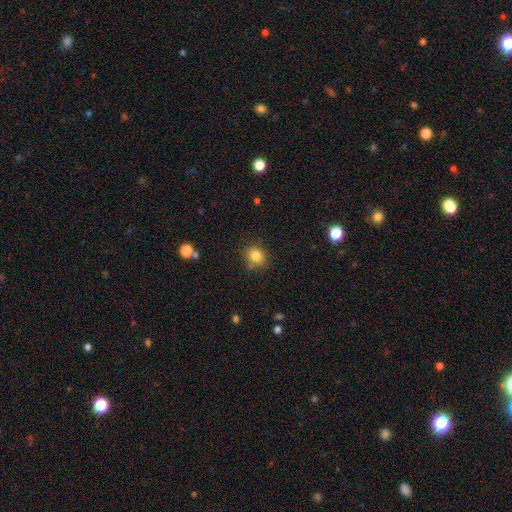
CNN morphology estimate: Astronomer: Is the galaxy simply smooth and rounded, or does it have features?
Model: smooth — 83%.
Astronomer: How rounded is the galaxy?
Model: round — 73%.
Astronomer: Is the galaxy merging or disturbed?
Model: none — 78%.